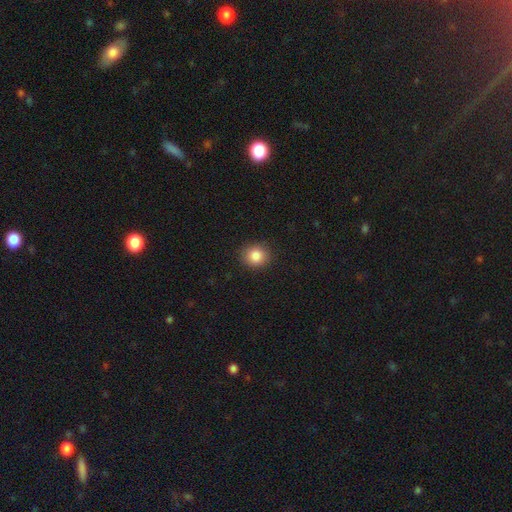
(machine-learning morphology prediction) Smooth or featured? Predicted: smooth (p=0.85). How rounded? Predicted: round (p=0.84). Merging? Predicted: none (p=0.90).